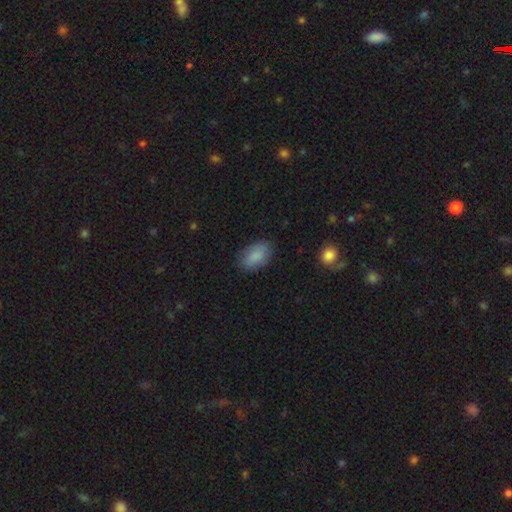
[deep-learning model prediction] Q: Smooth or featured?
A: smooth (85%); runner-up: featured or disk (8%)
Q: How rounded?
A: in between (91%); runner-up: round (7%)
Q: Merging?
A: none (81%); runner-up: minor disturbance (15%)